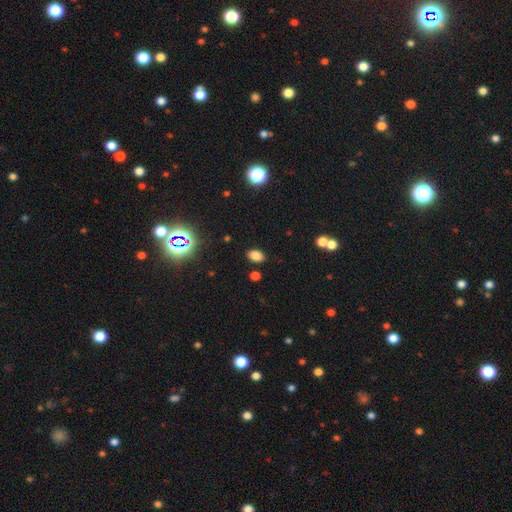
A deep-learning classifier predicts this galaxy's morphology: Overall: smooth (78%). How rounded: in between (86%). Merging: none (86%).